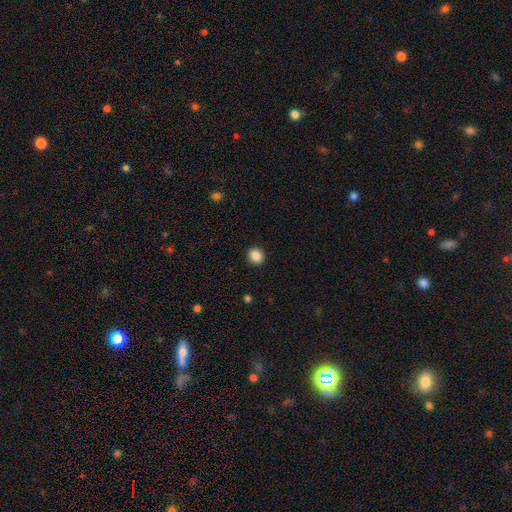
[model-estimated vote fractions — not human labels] Morphology: type=smooth (87%); roundness=round (75%); merging=none (91%).